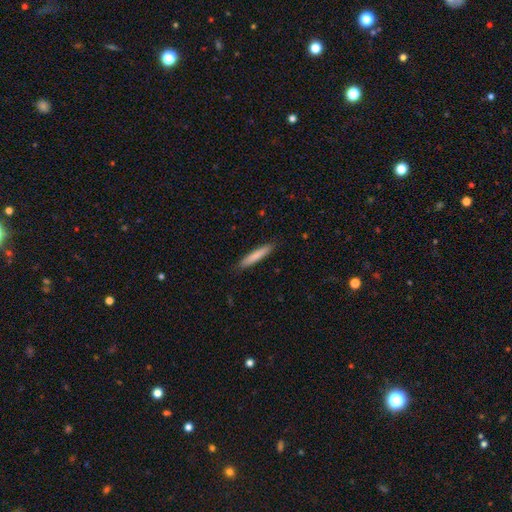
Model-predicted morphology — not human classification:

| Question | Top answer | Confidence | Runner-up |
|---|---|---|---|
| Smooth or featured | smooth | 79% | featured or disk (15%) |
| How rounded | cigar-shaped | 92% | in between (7%) |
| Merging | none | 90% | minor disturbance (7%) |